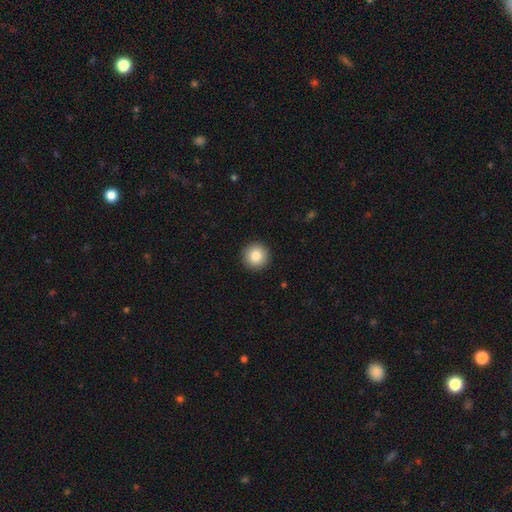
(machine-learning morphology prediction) A smooth galaxy with no disk features (84%) that is round (96%).

Vote fractions:
- Smooth or featured? smooth: 84% / star or artifact: 9% / featured or disk: 7%
- How rounded? round: 96% / in between: 3% / cigar-shaped: 1%
- Merging? none: 93% / minor disturbance: 5% / major disturbance: 1% / merger: 1%